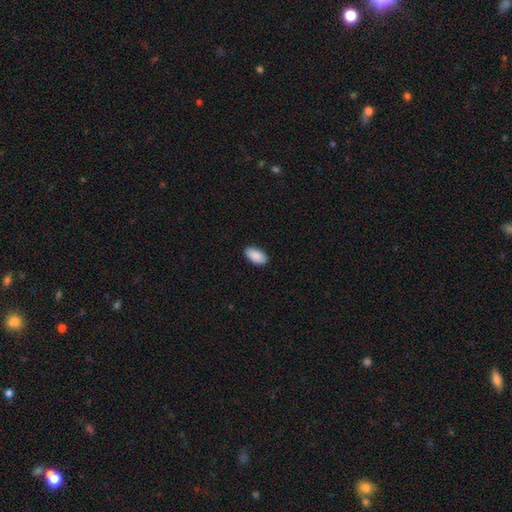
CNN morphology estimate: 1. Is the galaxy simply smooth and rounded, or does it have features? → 91% smooth, 6% star or artifact, 3% featured or disk.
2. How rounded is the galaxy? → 96% in between, 2% round, 2% cigar-shaped.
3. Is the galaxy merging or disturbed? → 89% none, 8% minor disturbance, 2% major disturbance, 1% merger.